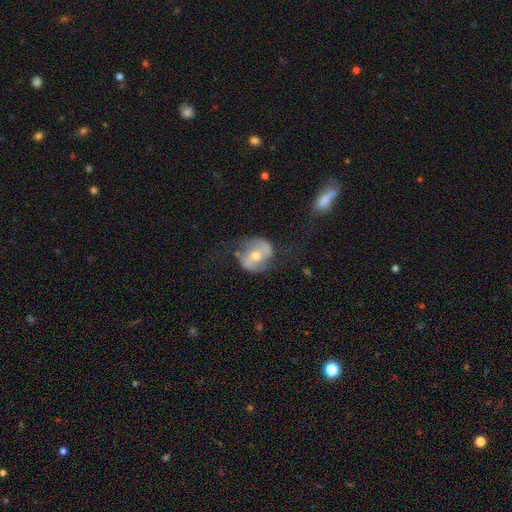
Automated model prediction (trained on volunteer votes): smooth-or-featured: featured or disk: 77% | smooth: 17% | star or artifact: 6%
  disk-edge-on: no: 97% | yes: 3%
    bar: no: 42% | weak: 36% | strong: 22%
    has-spiral-arms: yes: 88% | no: 12%
      spiral-winding: loose: 46% | medium: 40% | tight: 14%
      spiral-arm-count: 2: 89% | can't tell: 5% | 1: 3% | 3: 1% | 4: 1% | more than 4: 1%
    bulge-size: moderate: 68% | small: 26% | large: 3% | none: 1% | dominant: 1%
  merging: none: 65% | minor disturbance: 19% | major disturbance: 14% | merger: 2%